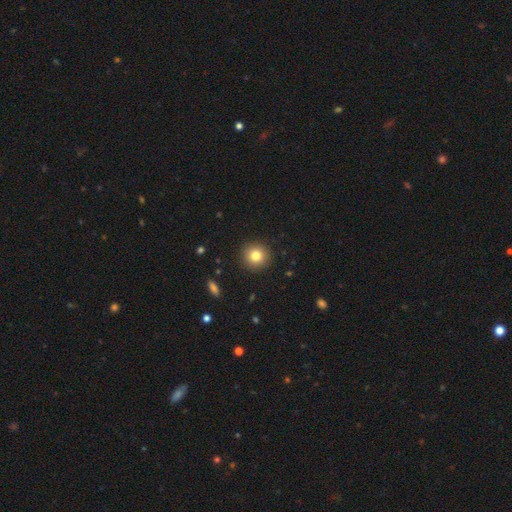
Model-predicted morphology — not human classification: smooth-or-featured: smooth: 80% | star or artifact: 11% | featured or disk: 9%
  how-rounded: round: 93% | in between: 6% | cigar-shaped: 1%
  merging: none: 91% | minor disturbance: 6% | major disturbance: 2% | merger: 1%